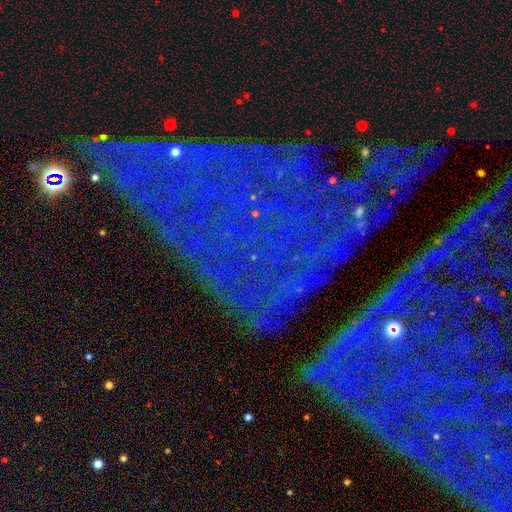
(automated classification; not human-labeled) This is clearly a star or artifact rather than a galaxy (80%).